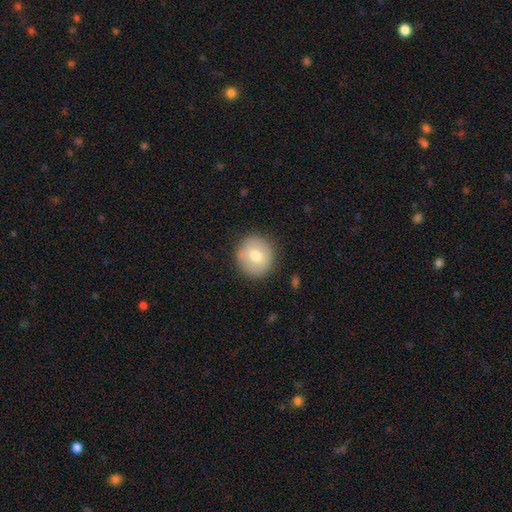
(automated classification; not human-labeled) smooth_or_featured: smooth (p=0.70) [alt: featured or disk p=0.22]
how_rounded: round (p=0.93) [alt: in between p=0.06]
merging: none (p=0.88) [alt: minor disturbance p=0.08]